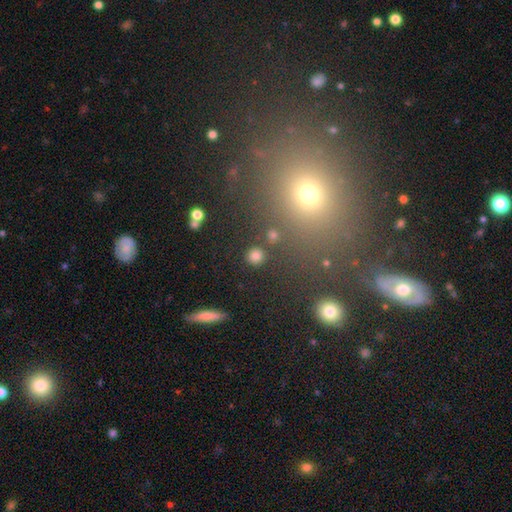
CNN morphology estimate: Smooth or featured? Predicted: smooth (p=0.80). How rounded? Predicted: round (p=0.93). Merging? Predicted: none (p=0.87).